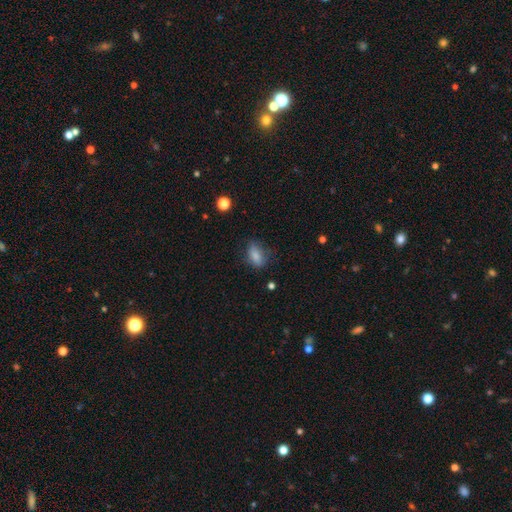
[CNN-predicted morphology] smooth_or_featured: smooth (p=0.78) [alt: featured or disk p=0.12]
how_rounded: in between (p=0.82) [alt: round p=0.11]
merging: none (p=0.62) [alt: minor disturbance p=0.26]